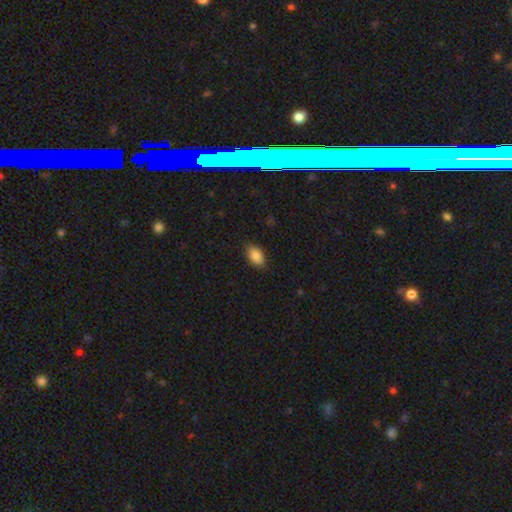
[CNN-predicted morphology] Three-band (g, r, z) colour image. It shows a smooth galaxy with no disk features (86%) that is in between round and cigar-shaped (91%). Merging: none (82%).